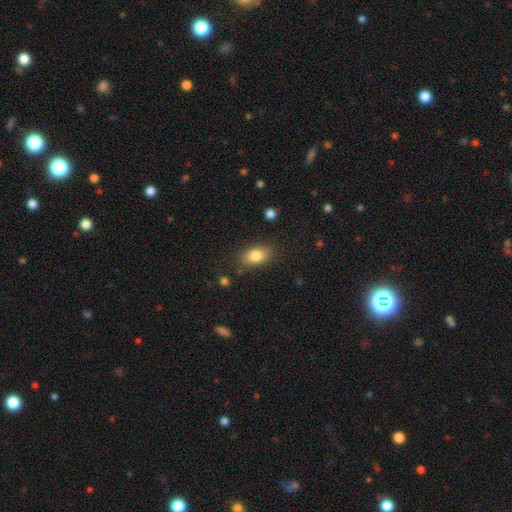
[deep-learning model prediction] The model was most divided on "merging": none: 82%, minor disturbance: 12%, major disturbance: 4%, merger: 2%. More confident: how rounded — in between (85%); smooth or featured — smooth (83%).